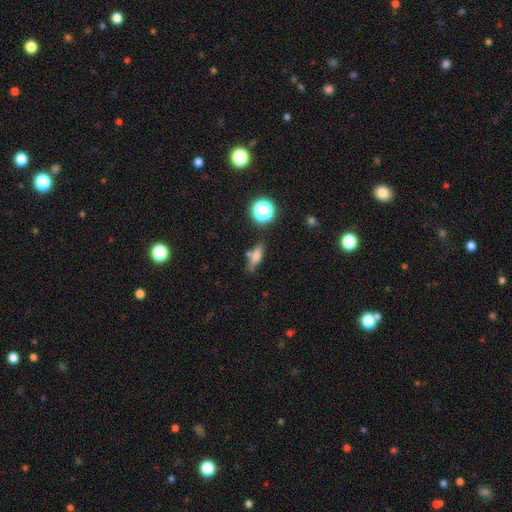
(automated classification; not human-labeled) Smooth or featured: smooth — 68% (featured or disk — 18%)
How rounded: in between — 54% (cigar-shaped — 36%)
Merging: none — 66% (minor disturbance — 19%)